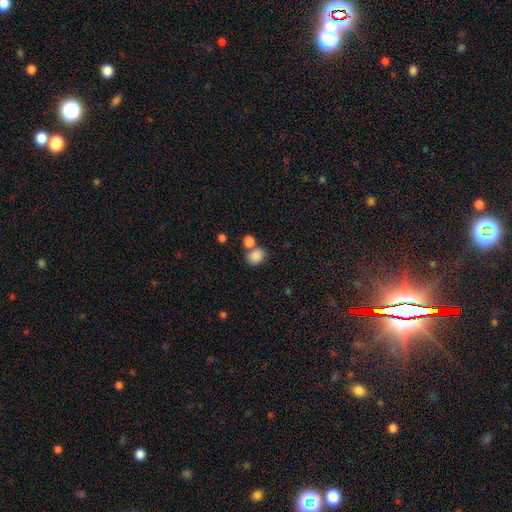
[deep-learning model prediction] This is clearly a smooth galaxy (85%). How rounded: possibly round (51%). Merging: possibly none (53%).